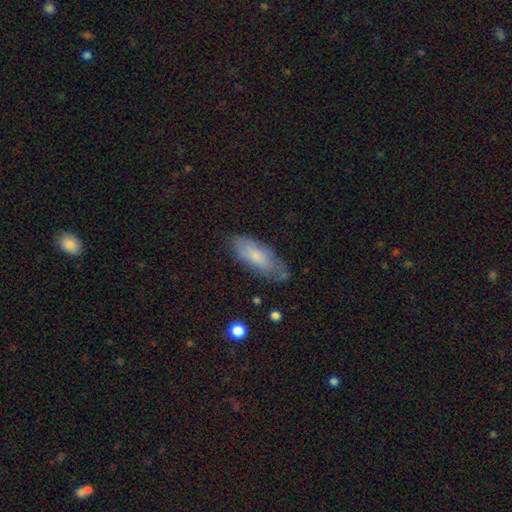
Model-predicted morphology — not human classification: type=smooth (73%); roundness=in between (72%); merging=none (67%).